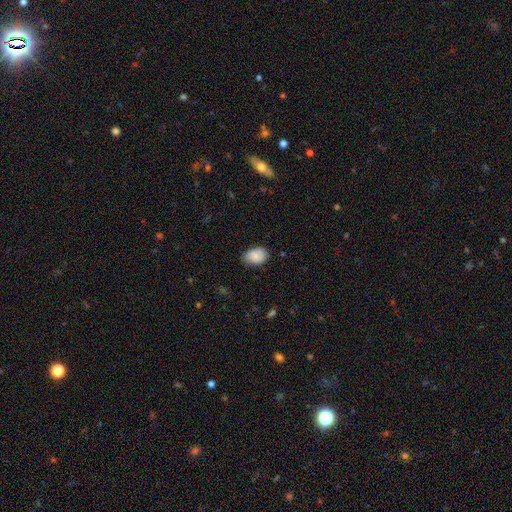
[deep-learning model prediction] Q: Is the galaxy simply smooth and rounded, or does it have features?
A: smooth — 87%.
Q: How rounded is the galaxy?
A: in between — 82%.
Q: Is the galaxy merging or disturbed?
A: none — 72%.